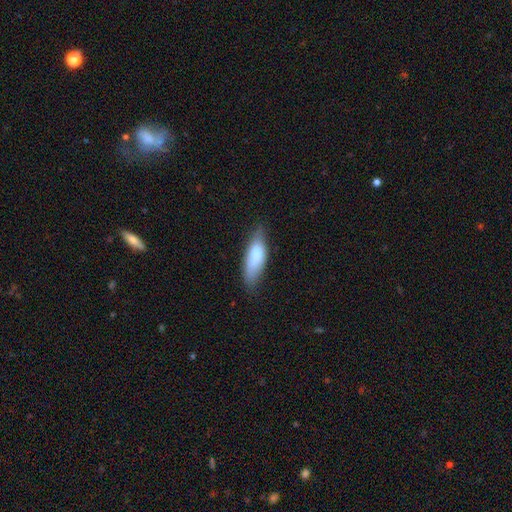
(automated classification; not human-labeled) smooth_or_featured: smooth (p=0.78) [alt: featured or disk p=0.16]
how_rounded: in between (p=0.61) [alt: cigar-shaped p=0.38]
merging: none (p=0.66) [alt: minor disturbance p=0.27]